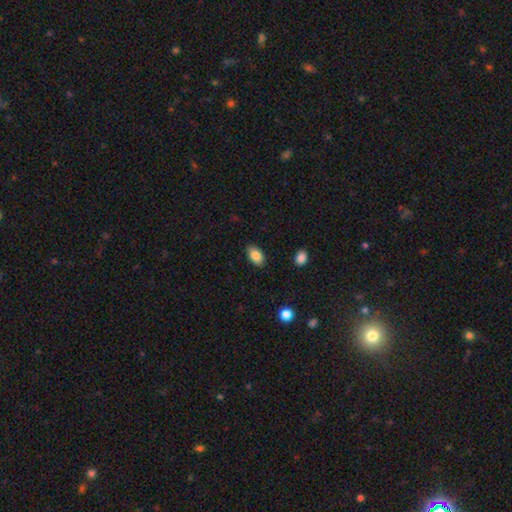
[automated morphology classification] This is clearly a smooth galaxy (86%). How rounded: clearly in between (92%). Merging: clearly none (87%).